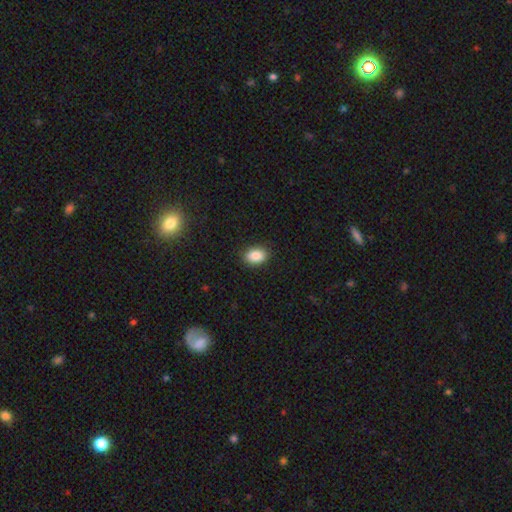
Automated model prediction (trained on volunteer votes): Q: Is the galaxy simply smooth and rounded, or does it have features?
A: smooth — 88%.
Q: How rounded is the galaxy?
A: in between — 81%.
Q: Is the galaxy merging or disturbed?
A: none — 88%.